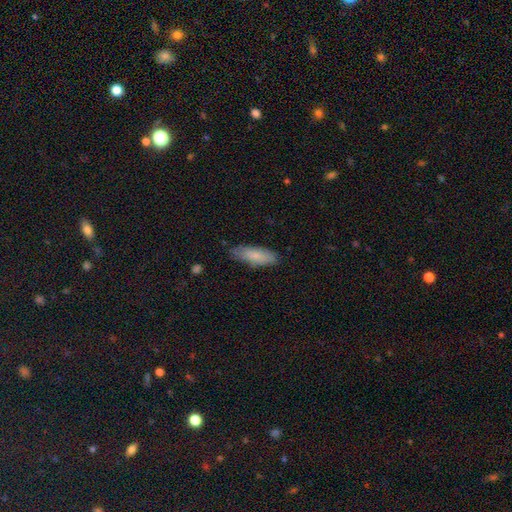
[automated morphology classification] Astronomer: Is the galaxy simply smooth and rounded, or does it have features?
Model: smooth — 78%.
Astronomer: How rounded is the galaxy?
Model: in between — 61% (runner-up: cigar-shaped, 37%).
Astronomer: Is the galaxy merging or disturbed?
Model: none — 77%.